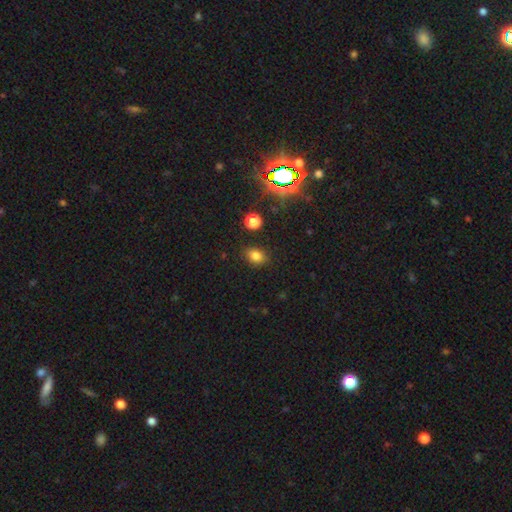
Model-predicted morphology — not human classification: Overall: smooth (77%). How rounded: in between (57%; round 42%). Merging: none (84%).